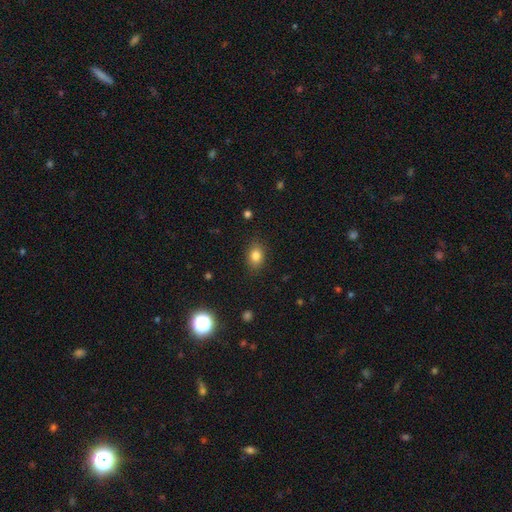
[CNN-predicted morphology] Smooth or featured: smooth — 82% (star or artifact — 11%)
How rounded: in between — 64% (round — 35%)
Merging: none — 86% (minor disturbance — 10%)